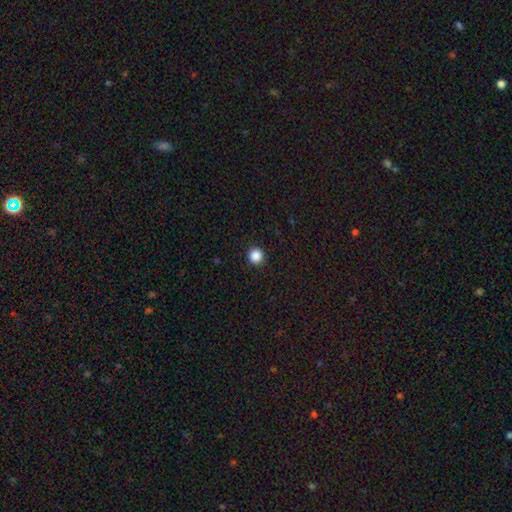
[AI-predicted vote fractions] Smooth or featured? Predicted: smooth (p=0.87). How rounded? Predicted: round (p=0.94). Merging? Predicted: none (p=0.93).